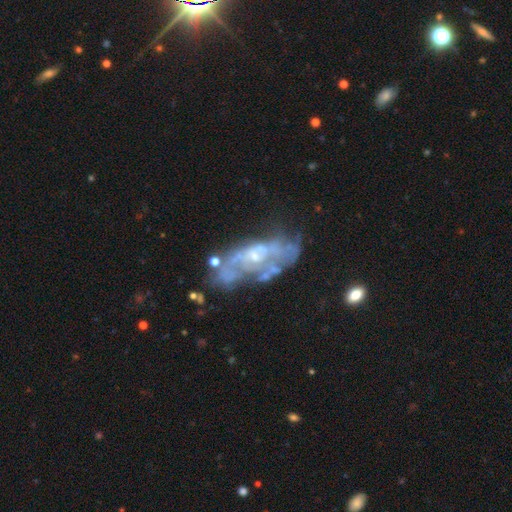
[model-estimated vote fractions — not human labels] A featured or disk galaxy (73%) with no bar (77%), no spiral arms (56%) and a small central bulge (59%). Merging: none (46%).